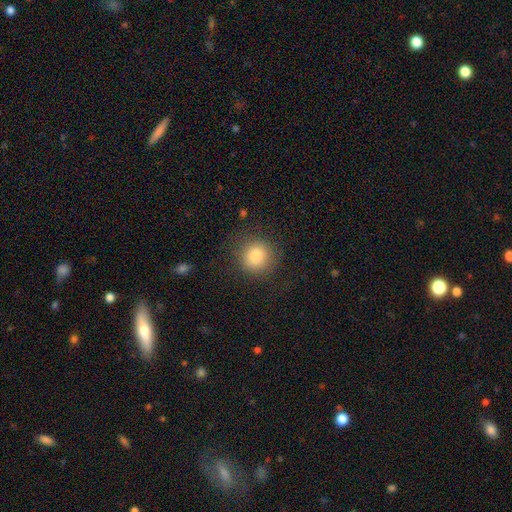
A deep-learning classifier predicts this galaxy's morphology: A smooth galaxy with no disk features (83%) that is round (91%).

Vote fractions:
- Smooth or featured? smooth: 83% / star or artifact: 10% / featured or disk: 7%
- How rounded? round: 91% / in between: 8% / cigar-shaped: 1%
- Merging? none: 86% / minor disturbance: 9% / major disturbance: 4% / merger: 1%